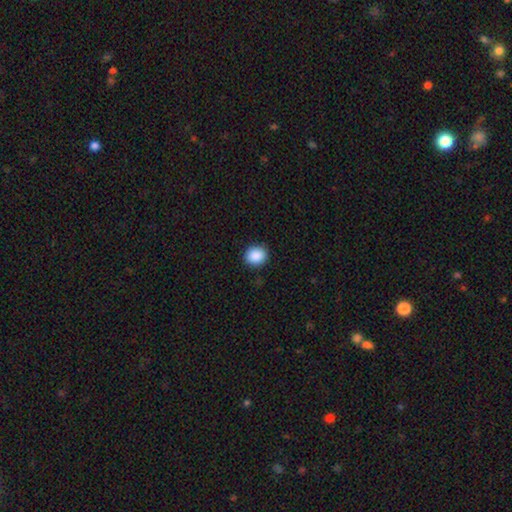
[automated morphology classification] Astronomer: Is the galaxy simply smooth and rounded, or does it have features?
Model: smooth — 89%.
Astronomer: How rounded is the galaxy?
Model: round — 65%.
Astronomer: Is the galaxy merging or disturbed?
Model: none — 89%.